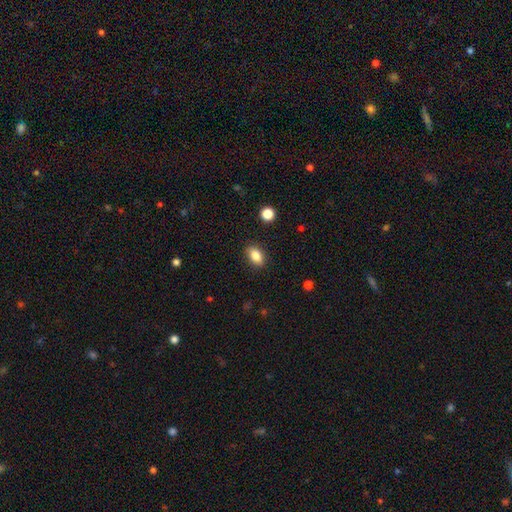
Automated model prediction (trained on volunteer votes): A smooth galaxy with no disk features (85%) that is in between round and cigar-shaped (86%). Merging: none (88%).